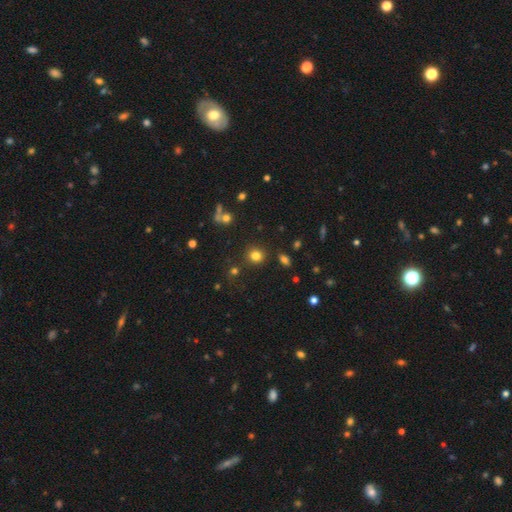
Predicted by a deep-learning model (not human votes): smooth_or_featured: smooth (p=0.77) [alt: star or artifact p=0.16]
how_rounded: round (p=0.84) [alt: in between p=0.15]
merging: none (p=0.85) [alt: minor disturbance p=0.08]